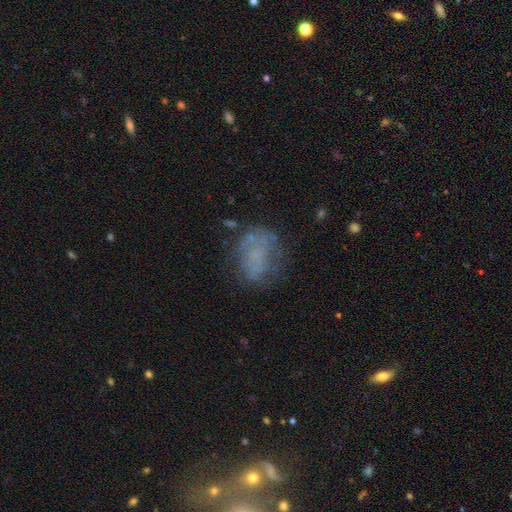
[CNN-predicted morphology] Overall: smooth (47%; featured or disk 34%). Merging: none (55%; minor disturbance 22%).